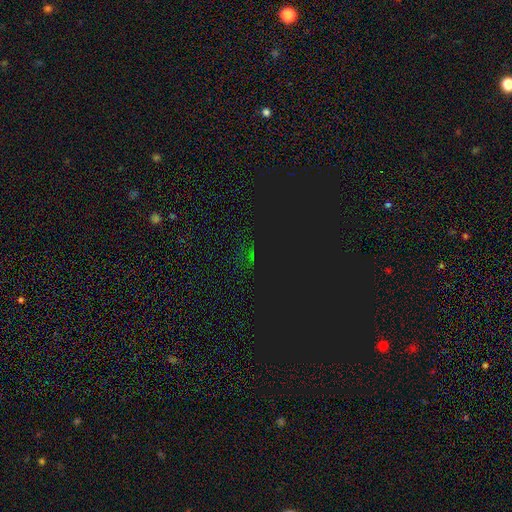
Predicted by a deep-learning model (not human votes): This appears to be a star or artifact, not a galaxy (81%).